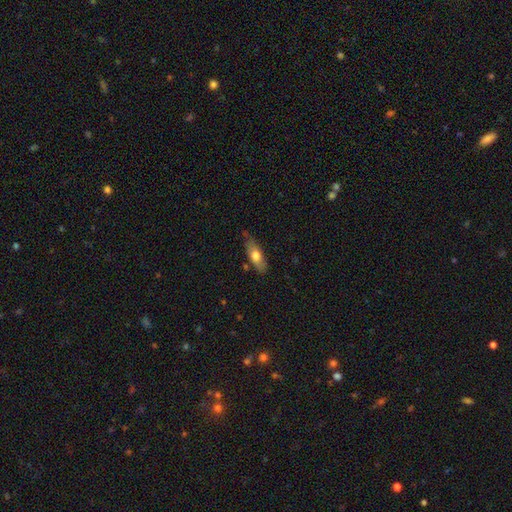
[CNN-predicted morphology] smooth 65%, featured or disk 29%, star or artifact 6%. Down the decision tree: how rounded — in between (62%); merging — none (69%).